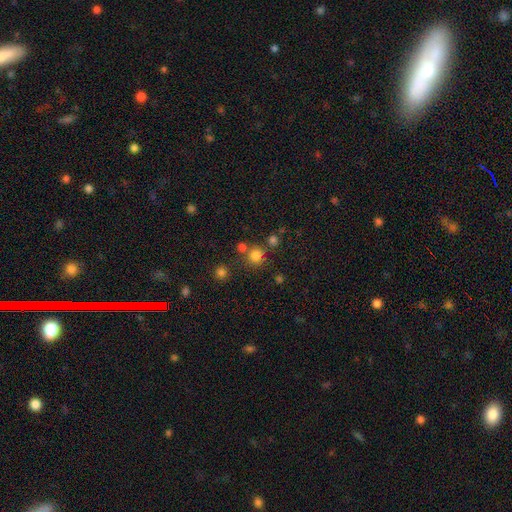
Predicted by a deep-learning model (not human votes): This is likely a smooth galaxy (77%). How rounded: clearly round (92%). Merging: likely none (73%).